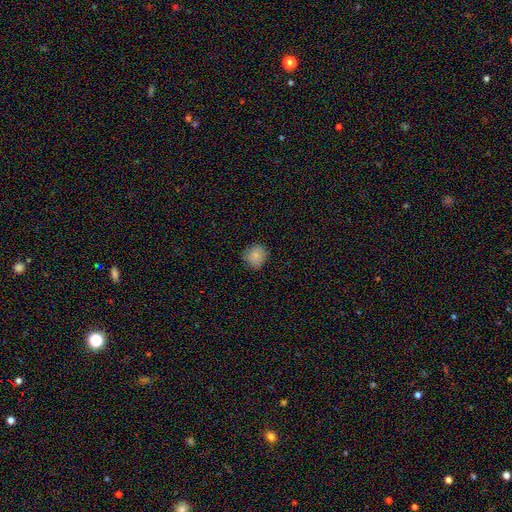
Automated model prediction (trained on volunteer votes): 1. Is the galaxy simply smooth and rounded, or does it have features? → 85% smooth, 10% star or artifact, 5% featured or disk.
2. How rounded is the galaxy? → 81% round, 18% in between, 1% cigar-shaped.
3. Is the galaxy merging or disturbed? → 83% none, 14% minor disturbance, 2% major disturbance, 1% merger.